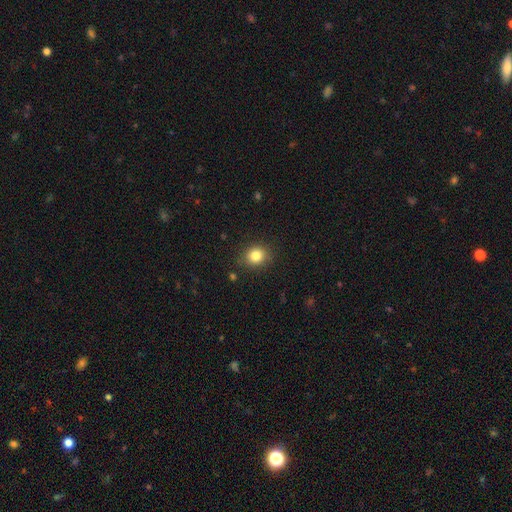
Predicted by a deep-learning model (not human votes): smooth_or_featured: smooth (p=0.83) [alt: star or artifact p=0.11]
how_rounded: round (p=0.74) [alt: in between p=0.25]
merging: none (p=0.87) [alt: minor disturbance p=0.10]